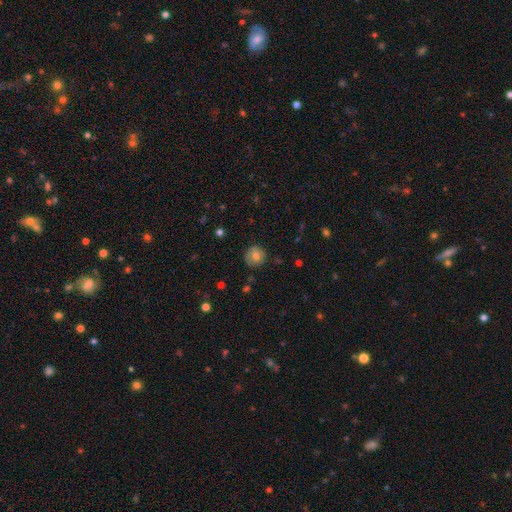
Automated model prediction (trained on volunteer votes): smooth 69%, featured or disk 22%, star or artifact 9%. Down the decision tree: how rounded — round (90%); merging — none (84%).